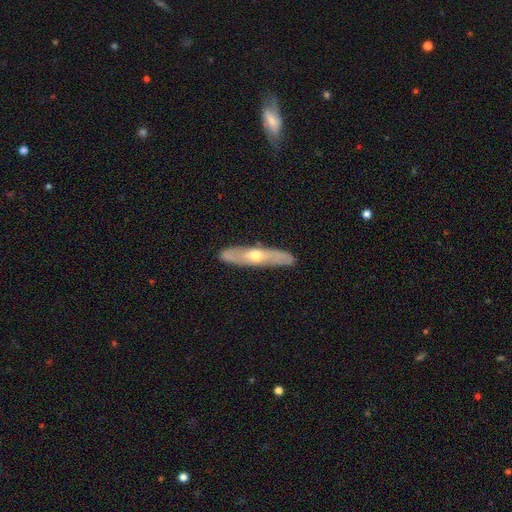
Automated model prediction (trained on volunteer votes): Q: Smooth or featured?
A: featured or disk (62%); runner-up: smooth (33%)
Q: Edge-on disk?
A: yes (61%); runner-up: no (39%)
Q: Merging?
A: none (87%); runner-up: minor disturbance (10%)